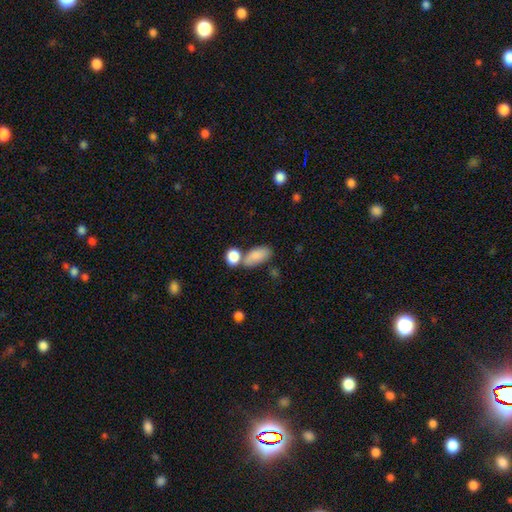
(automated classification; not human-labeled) Morphology: type=smooth (85%); roundness=in between (90%); merging=none (48%).